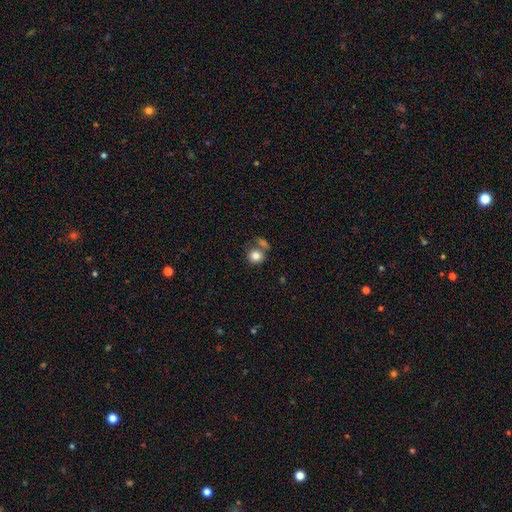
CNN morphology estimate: A smooth galaxy with no disk features (82%) that is round (80%).

Vote fractions:
- Smooth or featured? smooth: 82% / star or artifact: 9% / featured or disk: 9%
- How rounded? round: 80% / in between: 19% / cigar-shaped: 1%
- Merging? none: 55% / merger: 27% / minor disturbance: 13% / major disturbance: 5%